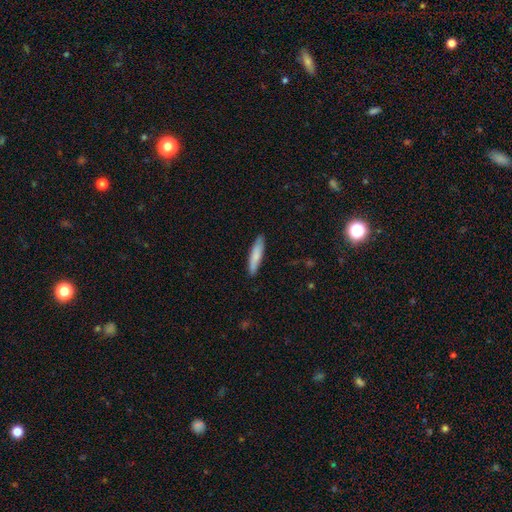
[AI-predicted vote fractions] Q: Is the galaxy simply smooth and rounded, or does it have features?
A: smooth — 80%.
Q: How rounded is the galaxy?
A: cigar-shaped — 83%.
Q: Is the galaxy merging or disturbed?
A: none — 87%.